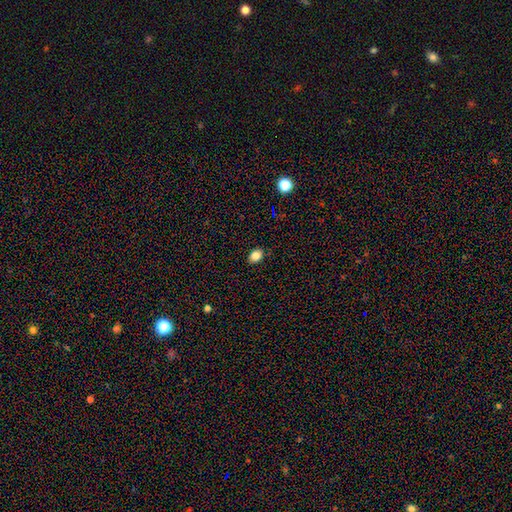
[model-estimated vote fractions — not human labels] Smooth or featured: smooth — 84% (star or artifact — 11%)
How rounded: in between — 68% (round — 31%)
Merging: none — 89% (minor disturbance — 9%)